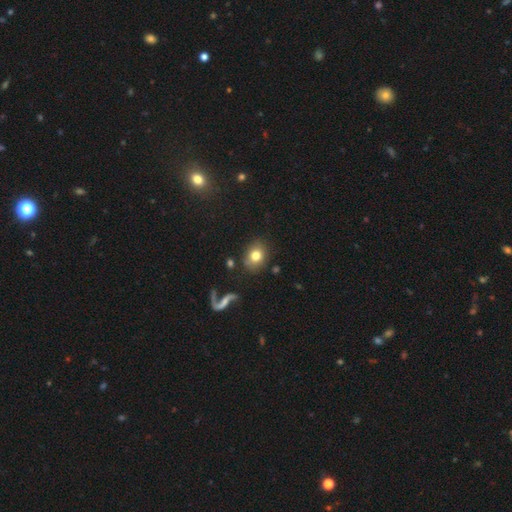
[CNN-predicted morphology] Overall: smooth (75%). How rounded: round (55%; in between 43%). Merging: none (79%).